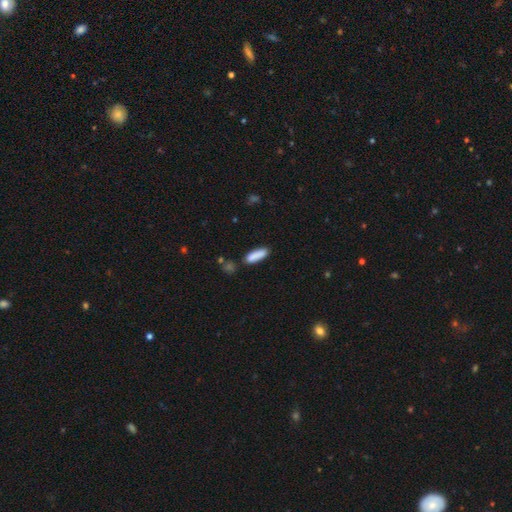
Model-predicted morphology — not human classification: Smooth or featured?
  - smooth: 87% *
  - star or artifact: 7%
  - featured or disk: 6%
How rounded?
  - cigar-shaped: 56% *
  - in between: 43%
  - round: 2%
Merging?
  - none: 79% *
  - minor disturbance: 13%
  - merger: 5%
  - major disturbance: 3%